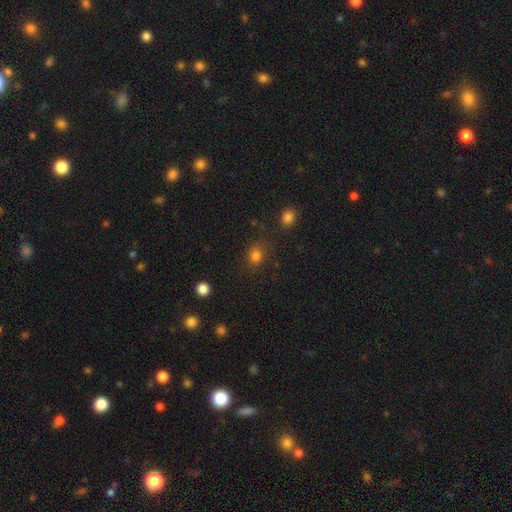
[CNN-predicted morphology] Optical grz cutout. It shows a smooth galaxy with no disk features (80%) that is round (68%). Merging: none (75%).